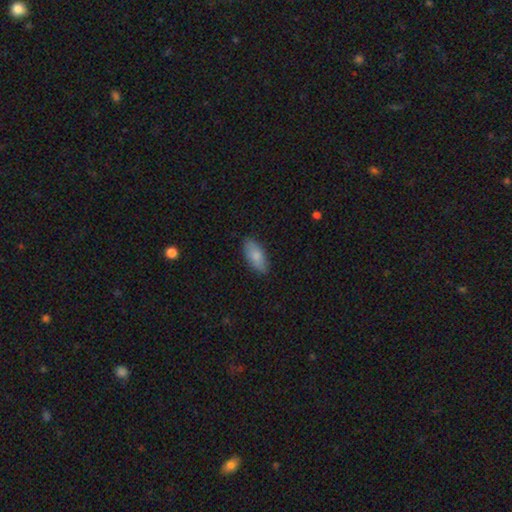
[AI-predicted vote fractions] Morphology: type=smooth (82%); roundness=in between (87%); merging=none (85%).